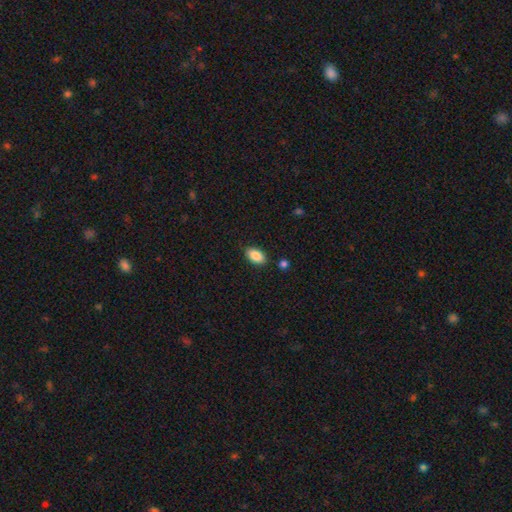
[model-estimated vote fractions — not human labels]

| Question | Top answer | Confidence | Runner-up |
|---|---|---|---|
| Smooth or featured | smooth | 87% | star or artifact (7%) |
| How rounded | in between | 93% | round (4%) |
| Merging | none | 85% | minor disturbance (11%) |